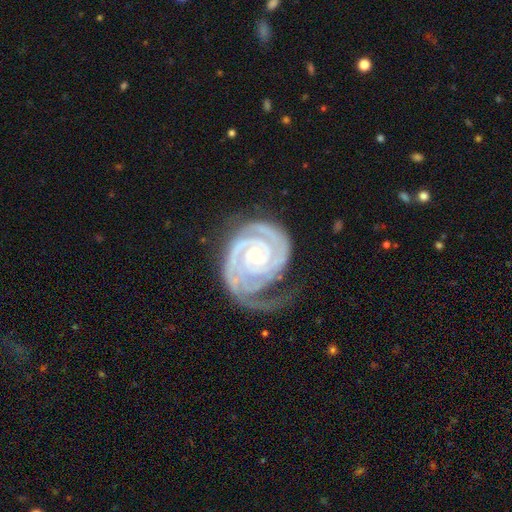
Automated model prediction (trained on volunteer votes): smooth_or_featured: featured or disk (p=0.93) [alt: star or artifact p=0.04]
disk_edge_on: no (p=0.98) [alt: yes p=0.02]
bar: no (p=0.67) [alt: weak p=0.21]
has_spiral_arms: yes (p=0.99) [alt: no p=0.01]
spiral_winding: tight (p=0.83) [alt: medium p=0.15]
spiral_arm_count: 2 (p=0.67) [alt: 3 p=0.14]
bulge_size: small (p=0.75) [alt: moderate p=0.18]
merging: none (p=0.58) [alt: minor disturbance p=0.24]